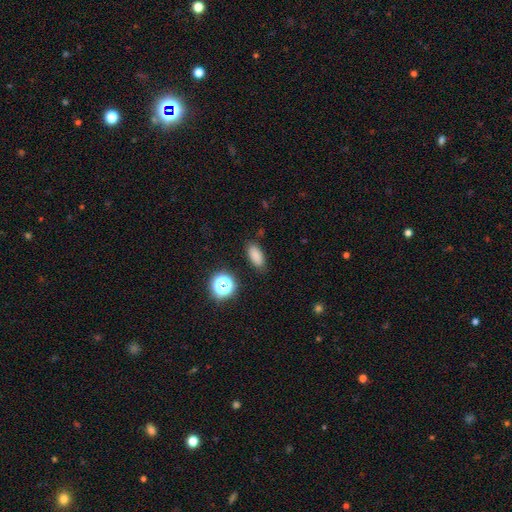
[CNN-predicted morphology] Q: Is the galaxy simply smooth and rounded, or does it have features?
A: smooth — 81%.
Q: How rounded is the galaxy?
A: in between — 84%.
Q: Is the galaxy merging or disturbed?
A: none — 85%.